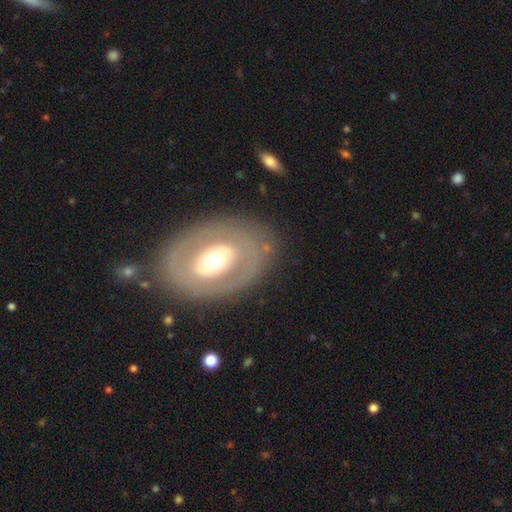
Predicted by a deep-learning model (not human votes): This is likely a featured or disk galaxy (62%). It is clearly not viewed edge-on (93%). Bar: possibly no (60%). Spiral arm pattern: clearly no (80%). Central bulge: likely moderate (64%). Merging: likely none (79%).